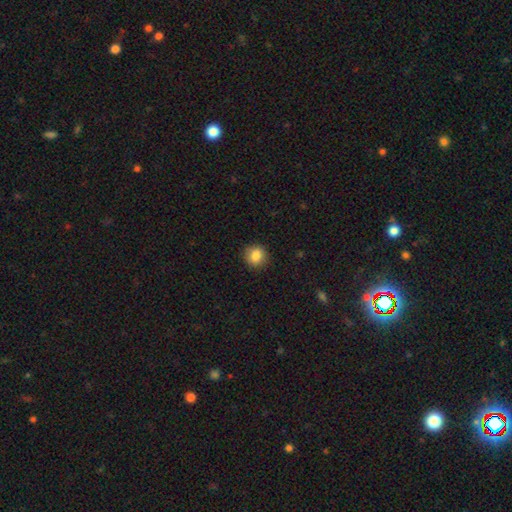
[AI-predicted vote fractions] This is clearly a smooth galaxy (85%). How rounded: clearly round (87%). Merging: clearly none (90%).